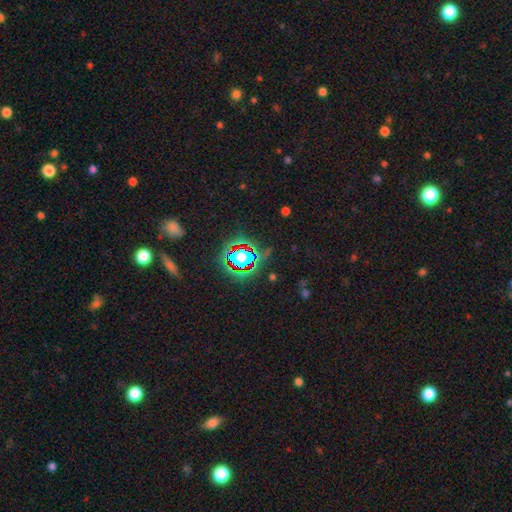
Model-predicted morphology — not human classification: smooth_or_featured: star or artifact (p=0.80) [alt: smooth p=0.11]